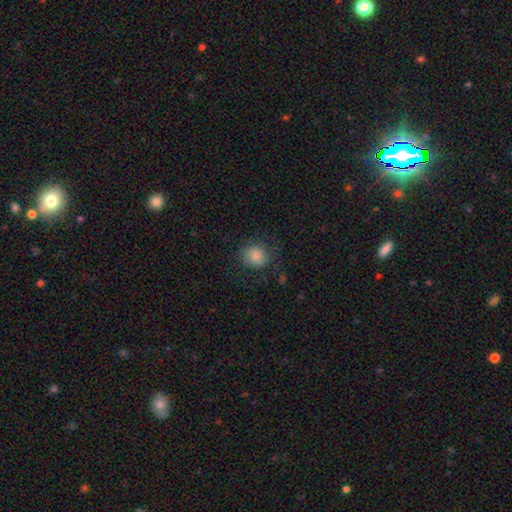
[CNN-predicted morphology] A smooth galaxy with no disk features (83%) that is round (82%). Merging: none (75%).